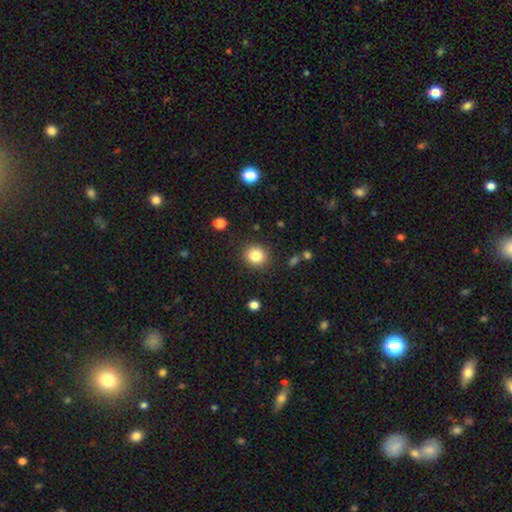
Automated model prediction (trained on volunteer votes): This appears to be a smooth galaxy with no disk features (84%) that is round (83%). Merging: none (88%).